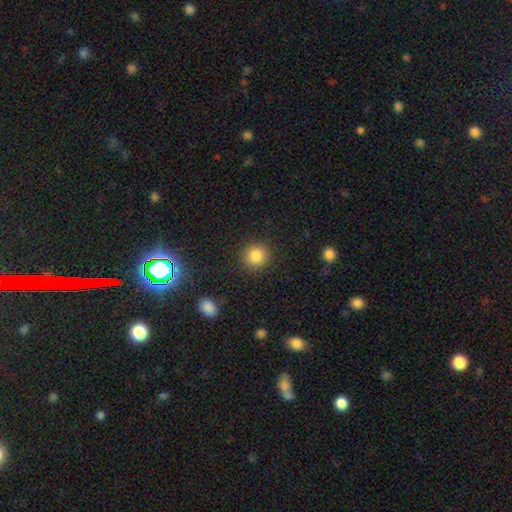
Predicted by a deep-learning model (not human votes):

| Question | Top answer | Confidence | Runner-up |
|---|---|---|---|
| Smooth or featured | smooth | 85% | star or artifact (11%) |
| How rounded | round | 92% | in between (7%) |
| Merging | none | 90% | minor disturbance (6%) |